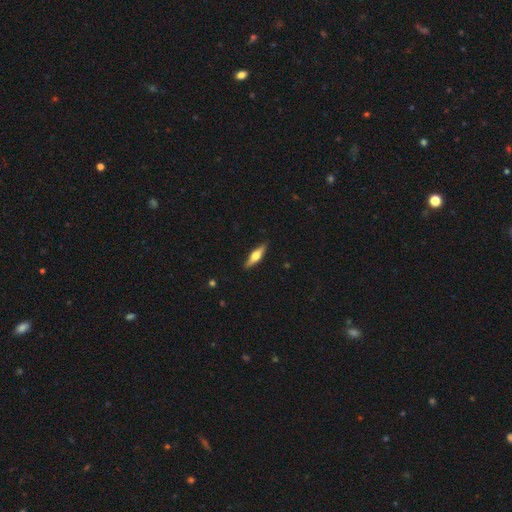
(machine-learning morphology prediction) Smooth or featured?
  - featured or disk: 58% *
  - smooth: 37%
  - star or artifact: 6%
Edge-on disk?
  - yes: 95% *
  - no: 5%
Edge-on bulge?
  - rounded: 94% *
  - boxy: 4%
  - none: 2%
Merging?
  - none: 89% *
  - minor disturbance: 8%
  - major disturbance: 2%
  - merger: 1%